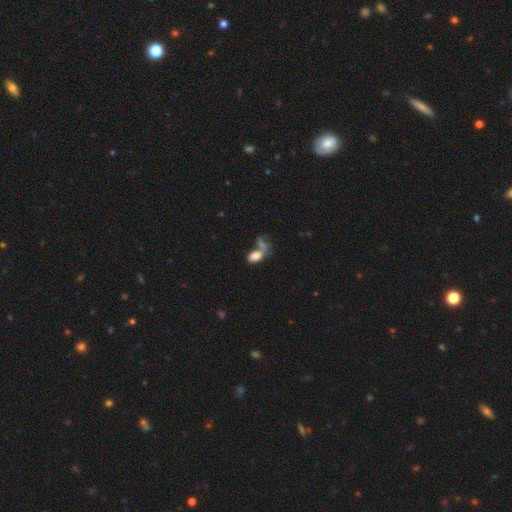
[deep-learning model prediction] Morphology: type=smooth (77%); roundness=in between (89%); merging=merger (50%).